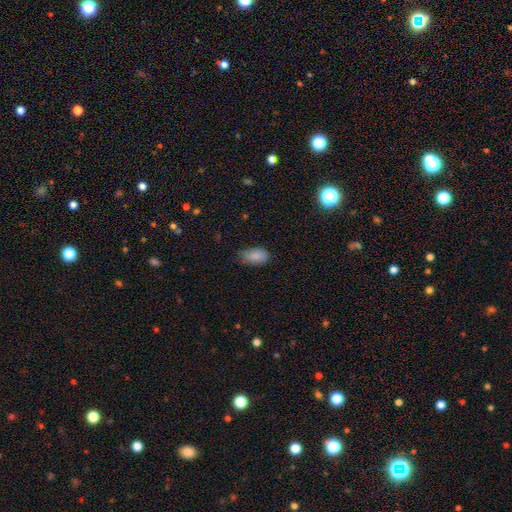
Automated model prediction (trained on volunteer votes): Smooth or featured?
  - smooth: 86% *
  - star or artifact: 8%
  - featured or disk: 6%
How rounded?
  - in between: 92% *
  - round: 6%
  - cigar-shaped: 2%
Merging?
  - none: 61% *
  - minor disturbance: 32%
  - major disturbance: 6%
  - merger: 1%